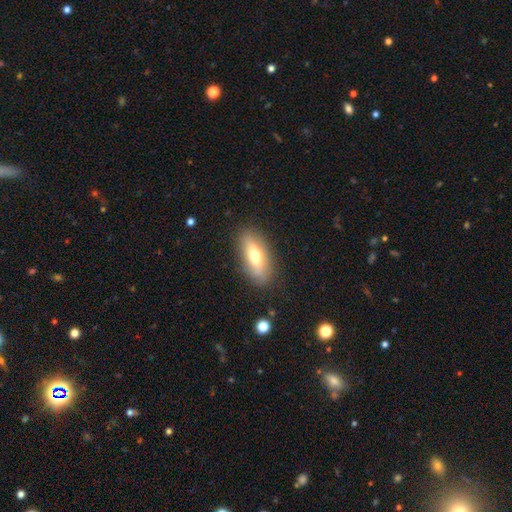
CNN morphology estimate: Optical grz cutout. It shows a smooth galaxy with no disk features (65%) that is in between round and cigar-shaped (74%). Merging: none (84%).